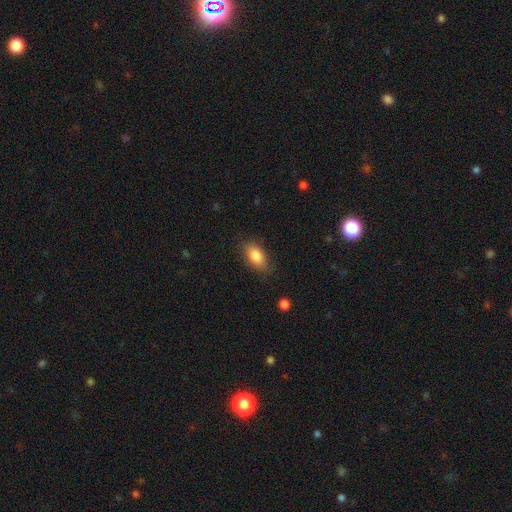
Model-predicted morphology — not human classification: Overall: smooth (84%). How rounded: in between (89%). Merging: none (81%).